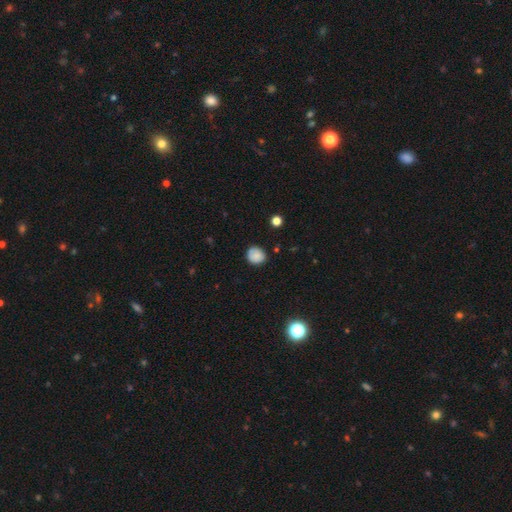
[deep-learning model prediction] A smooth galaxy with no disk features (81%) that is round (82%).

Vote fractions:
- Smooth or featured? smooth: 81% / star or artifact: 10% / featured or disk: 9%
- How rounded? round: 82% / in between: 17% / cigar-shaped: 1%
- Merging? none: 79% / minor disturbance: 16% / major disturbance: 3% / merger: 2%